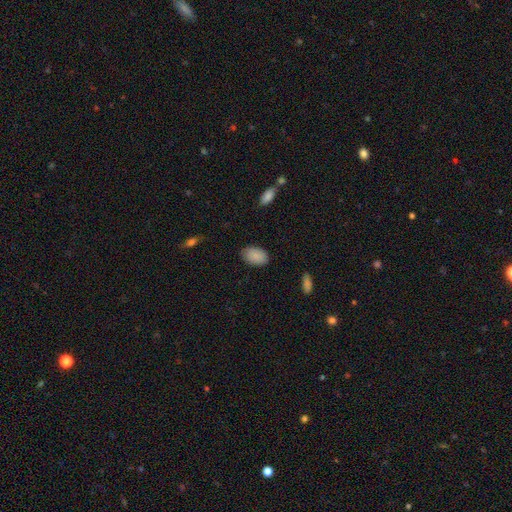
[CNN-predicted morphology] Smooth or featured: smooth — 88% (star or artifact — 6%)
How rounded: in between — 91% (round — 8%)
Merging: none — 83% (minor disturbance — 13%)